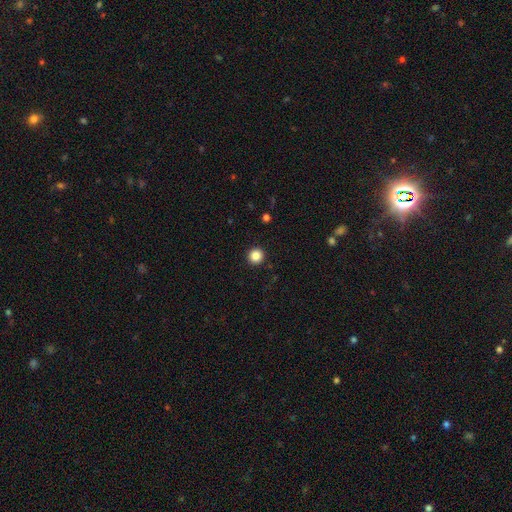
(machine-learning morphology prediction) smooth-or-featured: smooth: 86% | star or artifact: 11% | featured or disk: 3%
  how-rounded: round: 96% | in between: 3% | cigar-shaped: 1%
  merging: none: 93% | minor disturbance: 4% | major disturbance: 2% | merger: 1%